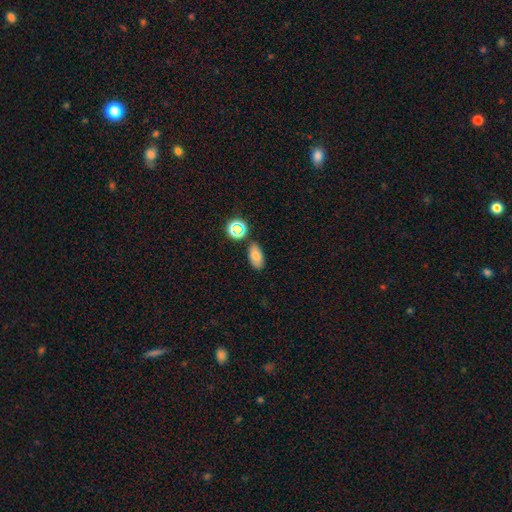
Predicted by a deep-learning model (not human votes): Smooth or featured?
  - smooth: 75% *
  - star or artifact: 14%
  - featured or disk: 12%
How rounded?
  - in between: 90% *
  - round: 7%
  - cigar-shaped: 2%
Merging?
  - none: 80% *
  - minor disturbance: 12%
  - merger: 5%
  - major disturbance: 3%